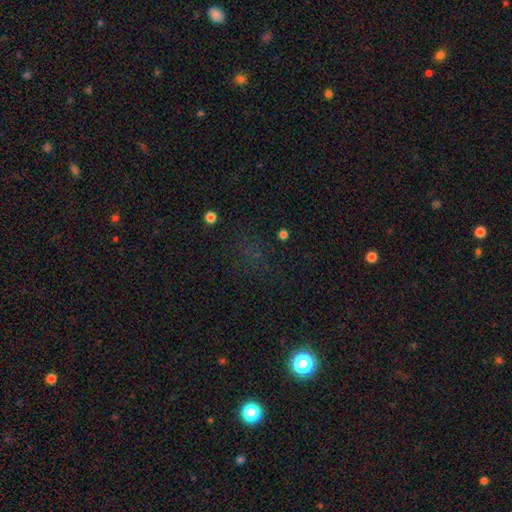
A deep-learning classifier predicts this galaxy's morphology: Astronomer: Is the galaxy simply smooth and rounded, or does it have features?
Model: star or artifact — 58%.